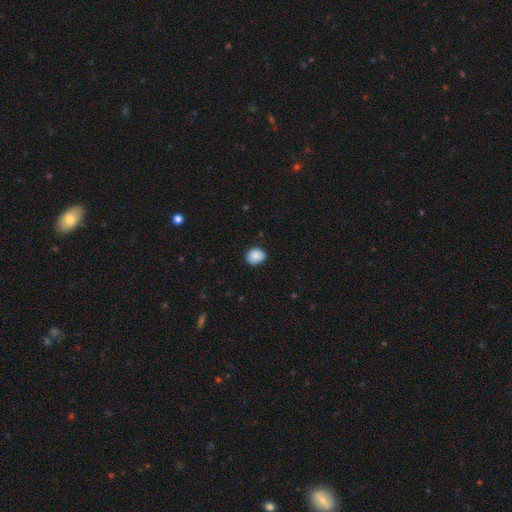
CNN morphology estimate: Smooth or featured? Predicted: smooth (p=0.89). How rounded? Predicted: round (p=0.57). Merging? Predicted: none (p=0.82).